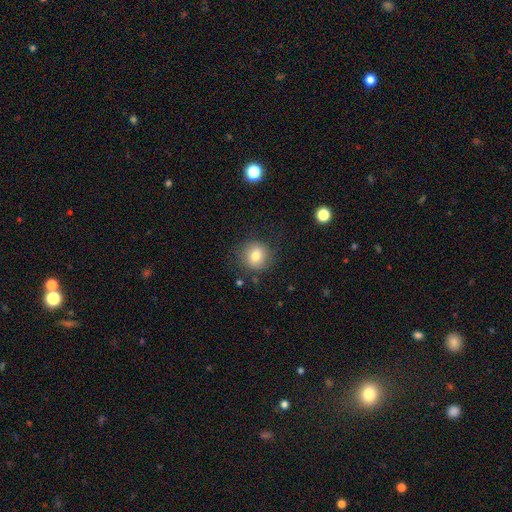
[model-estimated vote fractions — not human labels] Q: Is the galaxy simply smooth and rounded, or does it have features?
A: smooth — 78%.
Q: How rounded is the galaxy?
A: round — 88%.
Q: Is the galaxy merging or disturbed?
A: none — 82%.